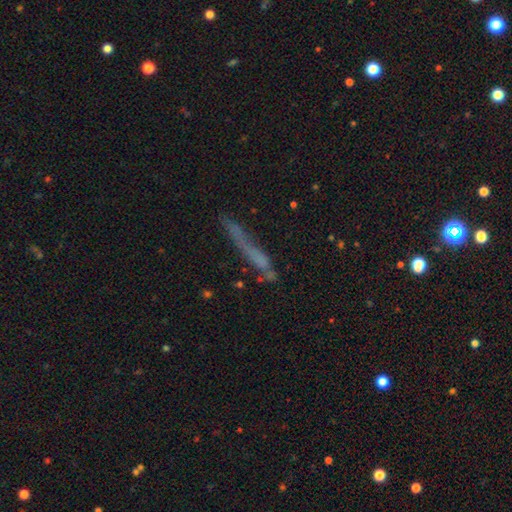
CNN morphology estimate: type=smooth (47%); merging=none (50%).